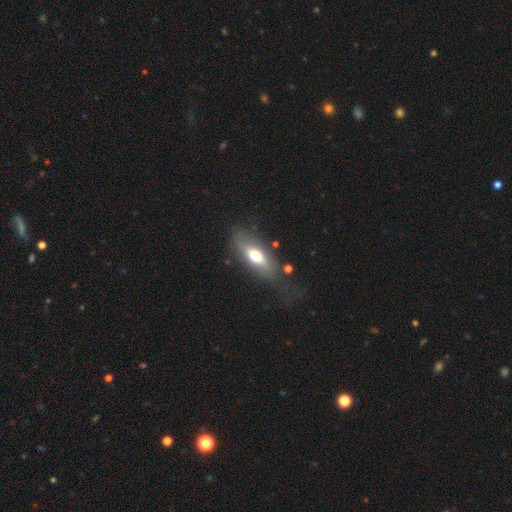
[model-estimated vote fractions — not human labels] Smooth or featured: smooth — 58% (featured or disk — 34%)
How rounded: in between — 72% (cigar-shaped — 23%)
Merging: none — 68% (minor disturbance — 18%)